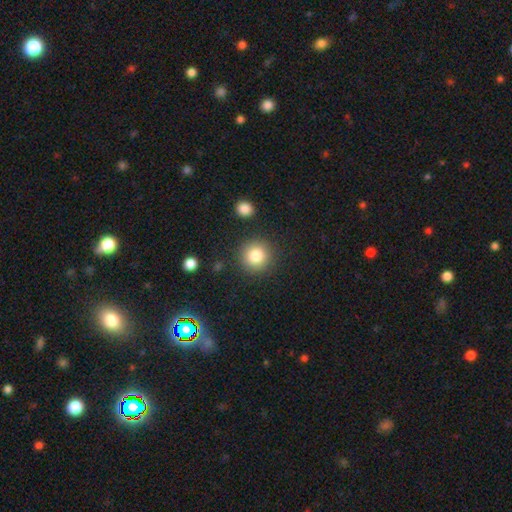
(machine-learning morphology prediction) type=smooth (82%); roundness=round (94%); merging=none (88%).